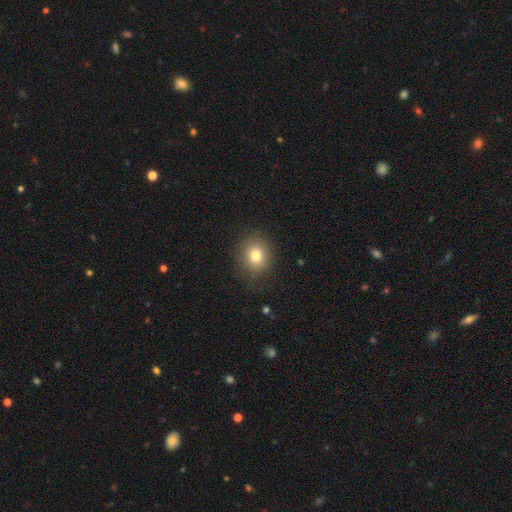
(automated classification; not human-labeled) A smooth galaxy with no disk features (80%) that is round (75%).

Vote fractions:
- Smooth or featured? smooth: 80% / star or artifact: 11% / featured or disk: 9%
- How rounded? round: 75% / in between: 24% / cigar-shaped: 1%
- Merging? none: 83% / minor disturbance: 12% / major disturbance: 5% / merger: 1%